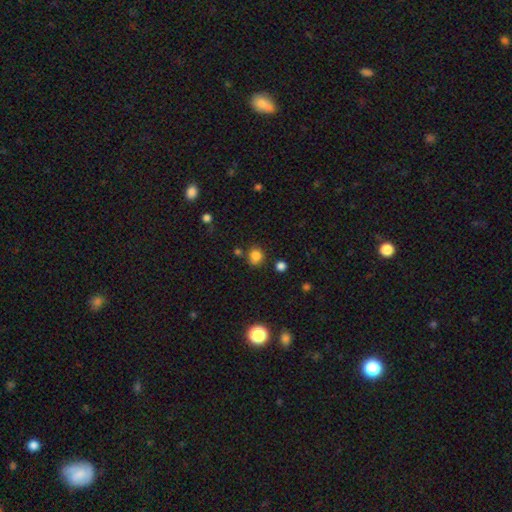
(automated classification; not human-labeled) Smooth or featured: smooth — 81% (star or artifact — 13%)
How rounded: round — 81% (in between — 18%)
Merging: none — 73% (minor disturbance — 15%)